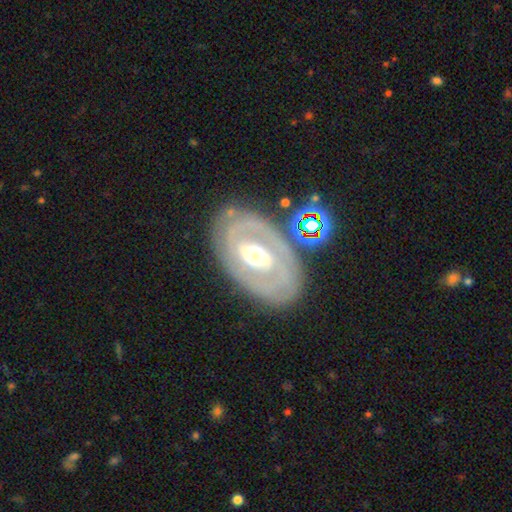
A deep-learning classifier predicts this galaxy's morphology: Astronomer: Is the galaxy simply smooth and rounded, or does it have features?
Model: featured or disk — 78%.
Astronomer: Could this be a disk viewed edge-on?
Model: no — 94%.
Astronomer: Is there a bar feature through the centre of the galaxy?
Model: weak — 39% (runner-up: no, 32%).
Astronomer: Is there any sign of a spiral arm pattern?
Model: yes — 62% (runner-up: no, 38%).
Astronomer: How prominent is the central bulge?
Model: moderate — 70%.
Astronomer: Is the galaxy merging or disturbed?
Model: none — 76%.